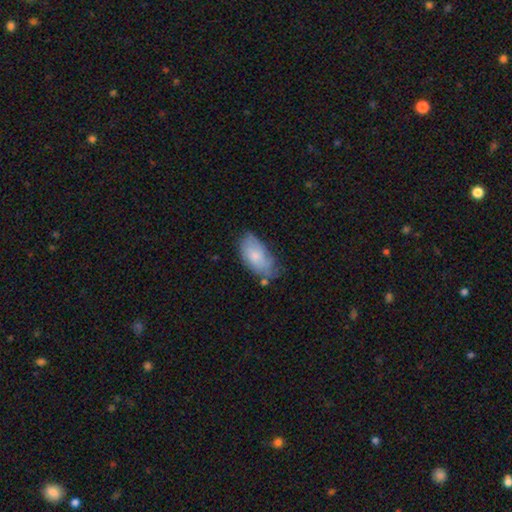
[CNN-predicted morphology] Smooth or featured? Predicted: smooth (p=0.72). How rounded? Predicted: in between (p=0.94). Merging? Predicted: none (p=0.52).